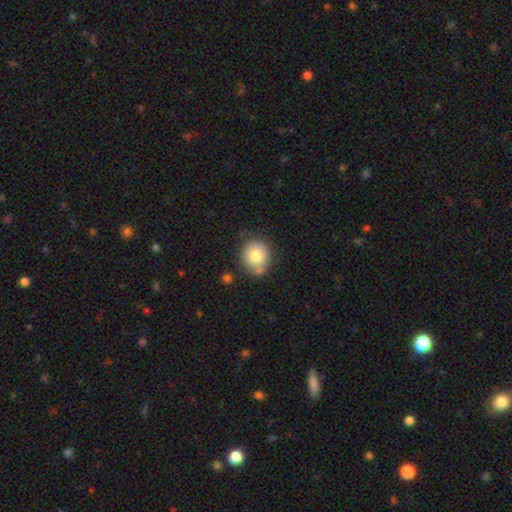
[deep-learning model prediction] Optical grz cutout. It shows a smooth galaxy with no disk features (79%) that is round (78%). Merging: none (71%).